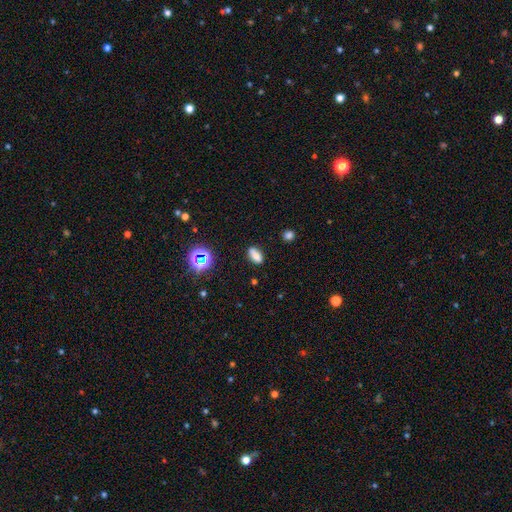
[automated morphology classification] The model was most divided on "merging": none: 72%, minor disturbance: 15%, merger: 9%, major disturbance: 4%. More confident: how rounded — in between (81%); smooth or featured — smooth (73%).